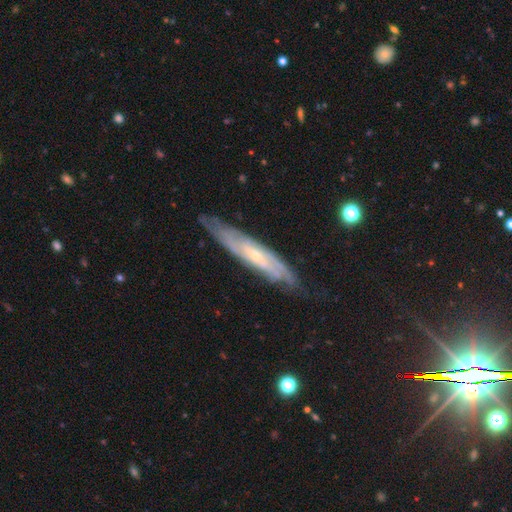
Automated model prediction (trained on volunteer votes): Smooth or featured? Predicted: featured or disk (p=0.79). Edge-on disk? Predicted: no (p=0.59). Merging? Predicted: none (p=0.75).